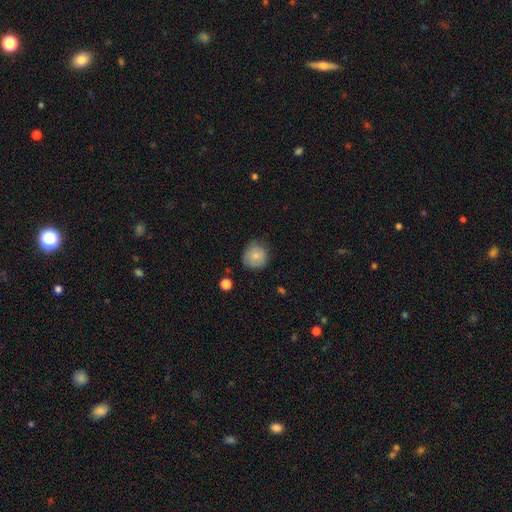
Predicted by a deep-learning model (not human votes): Smooth or featured? Predicted: smooth (p=0.78). How rounded? Predicted: round (p=0.90). Merging? Predicted: none (p=0.72).